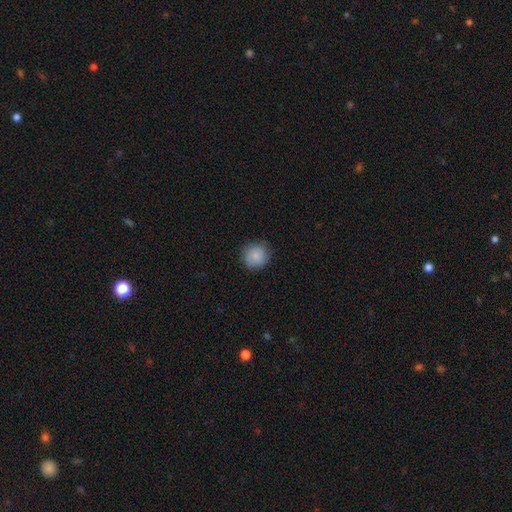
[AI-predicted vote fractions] Smooth or featured? Predicted: smooth (p=0.84). How rounded? Predicted: round (p=0.89). Merging? Predicted: none (p=0.80).